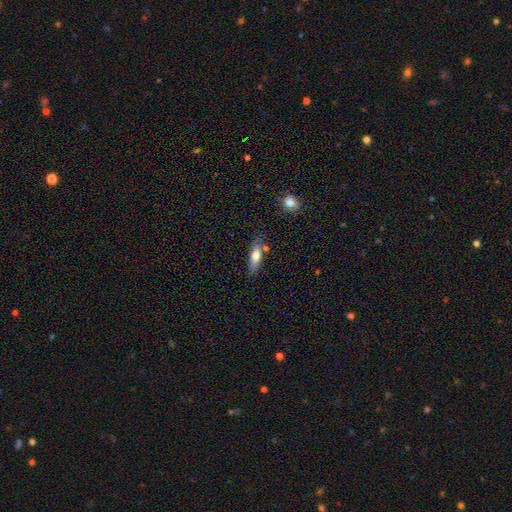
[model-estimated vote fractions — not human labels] Q: Smooth or featured?
A: smooth (66%); runner-up: featured or disk (27%)
Q: How rounded?
A: in between (53%); runner-up: cigar-shaped (44%)
Q: Merging?
A: none (72%); runner-up: minor disturbance (17%)